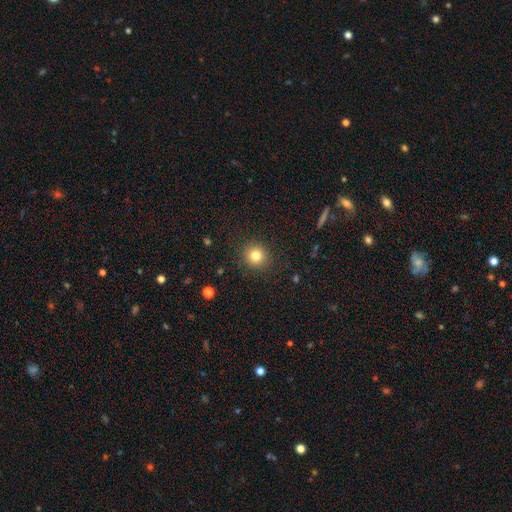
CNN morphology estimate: smooth_or_featured: smooth (p=0.81) [alt: star or artifact p=0.12]
how_rounded: round (p=0.90) [alt: in between p=0.09]
merging: none (p=0.89) [alt: minor disturbance p=0.07]